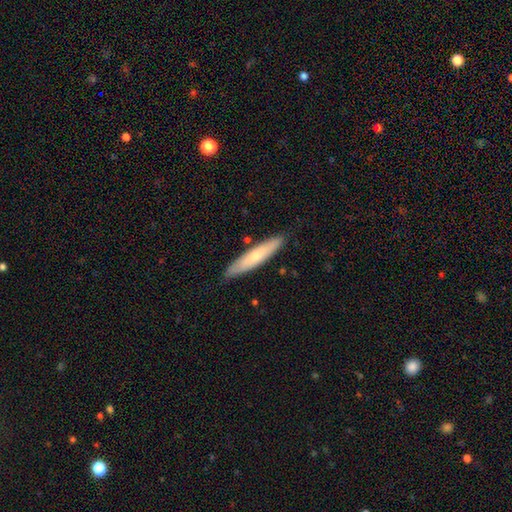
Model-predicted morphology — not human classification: The model was most divided on "smooth or featured": smooth: 63%, featured or disk: 31%, star or artifact: 6%. More confident: how rounded — cigar-shaped (88%); merging — none (86%).